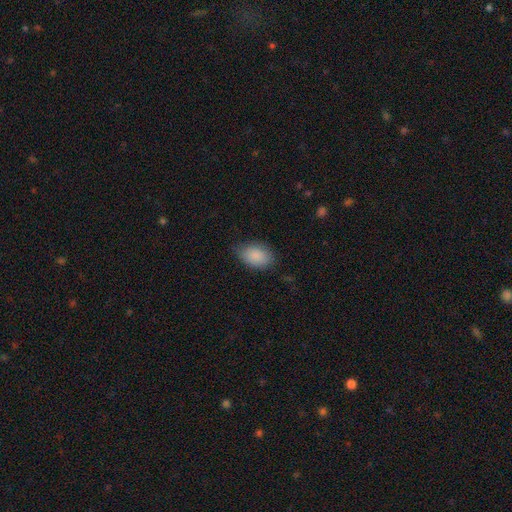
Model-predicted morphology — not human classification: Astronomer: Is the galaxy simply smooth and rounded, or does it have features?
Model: smooth — 88%.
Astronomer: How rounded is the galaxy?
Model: in between — 86%.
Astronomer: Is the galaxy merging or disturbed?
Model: none — 68%.